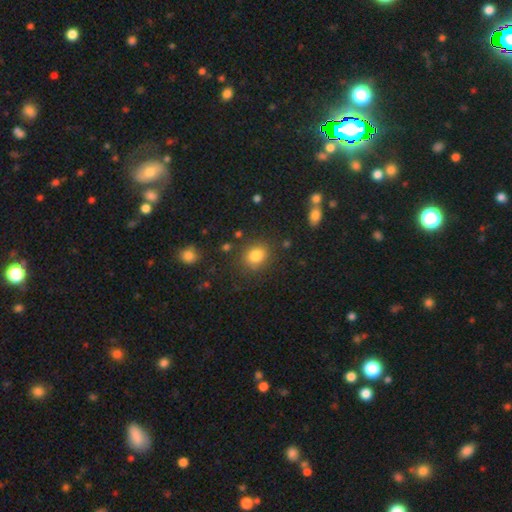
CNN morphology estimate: type=smooth (82%); roundness=round (65%); merging=none (83%).